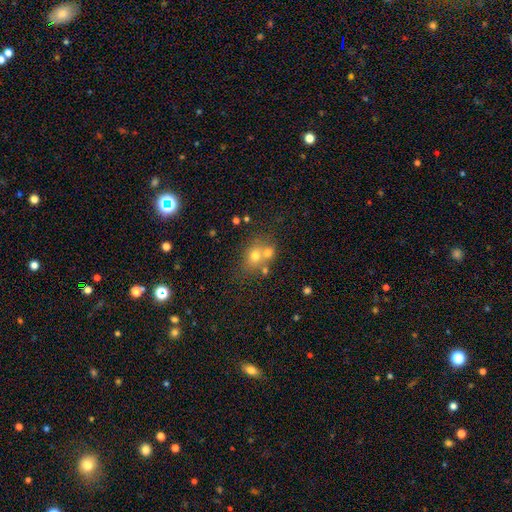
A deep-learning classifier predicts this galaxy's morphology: type=smooth (65%); roundness=round (65%); merging=none (44%).